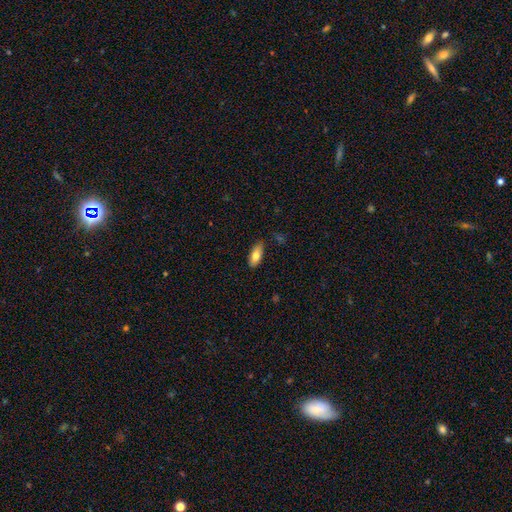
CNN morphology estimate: This is likely a smooth galaxy (76%). How rounded: clearly in between (82%). Merging: clearly none (83%).